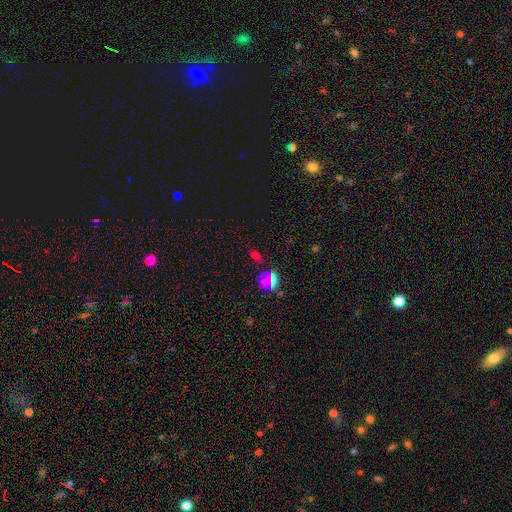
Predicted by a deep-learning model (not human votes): Morphology: type=smooth (47%); merging=none (77%).